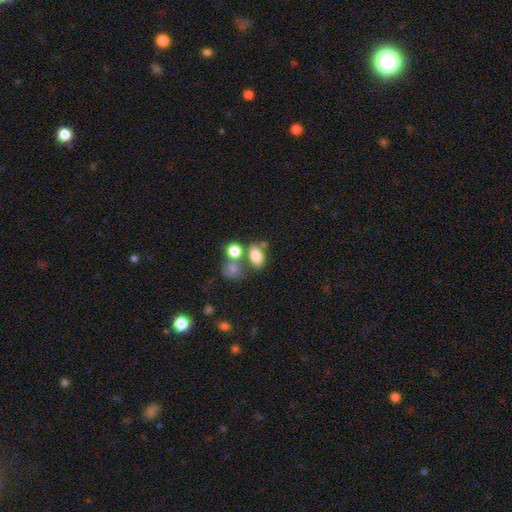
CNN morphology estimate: A smooth galaxy with no disk features (78%) that is in between round and cigar-shaped (82%). Merging: none (51%).